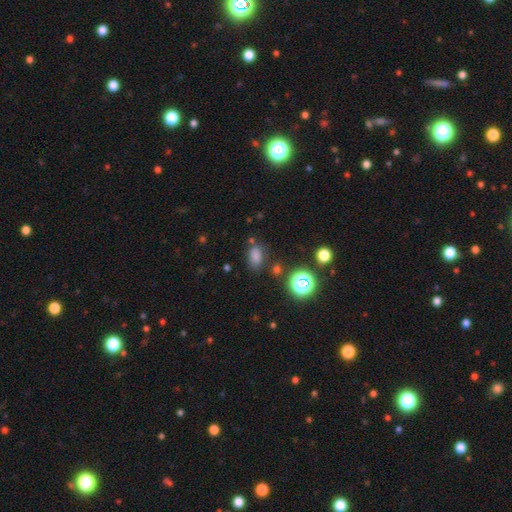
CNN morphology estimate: Smooth or featured: smooth — 75% (star or artifact — 19%)
How rounded: in between — 82% (round — 15%)
Merging: none — 74% (minor disturbance — 15%)